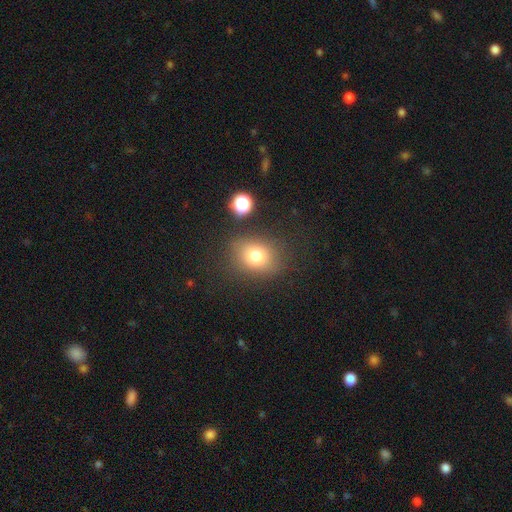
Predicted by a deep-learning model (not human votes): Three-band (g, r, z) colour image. It shows a smooth galaxy with no disk features (76%) that is round (51%). Merging: none (79%).